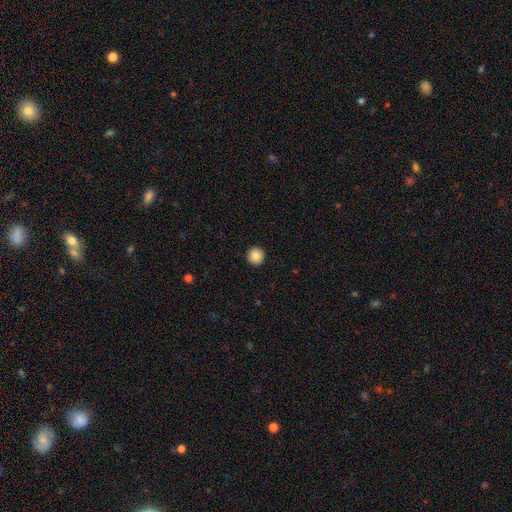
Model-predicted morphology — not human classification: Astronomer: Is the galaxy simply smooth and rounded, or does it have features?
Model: smooth — 86%.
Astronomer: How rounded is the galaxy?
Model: round — 96%.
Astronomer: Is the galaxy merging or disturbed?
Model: none — 94%.